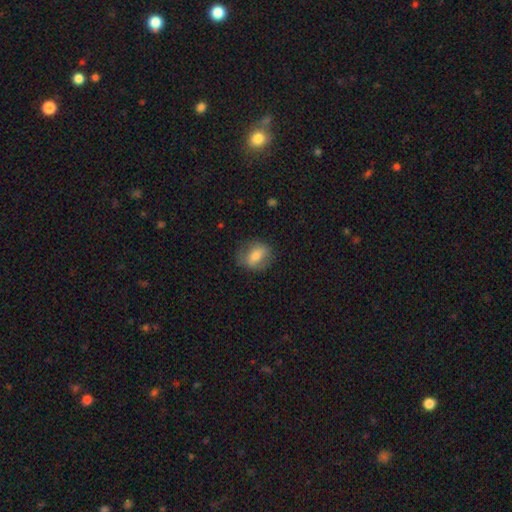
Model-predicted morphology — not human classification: This appears to be a smooth galaxy with no disk features (68%) that is in between round and cigar-shaped (52%). Merging: none (77%).